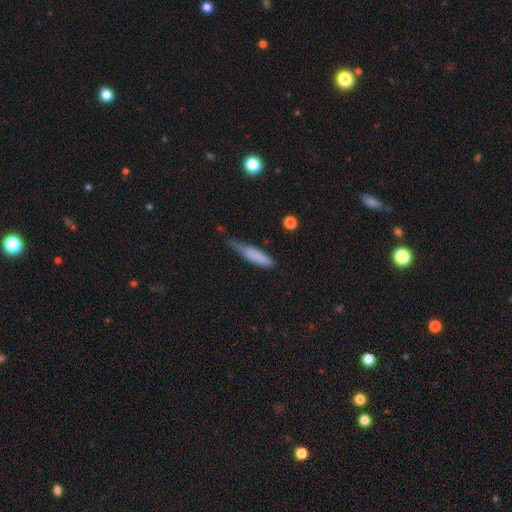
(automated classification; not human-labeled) A smooth galaxy with no disk features (78%) that is cigar-shaped (72%).

Vote fractions:
- Smooth or featured? smooth: 78% / featured or disk: 15% / star or artifact: 7%
- How rounded? cigar-shaped: 72% / in between: 26% / round: 2%
- Merging? minor disturbance: 45% / none: 37% / major disturbance: 14% / merger: 4%